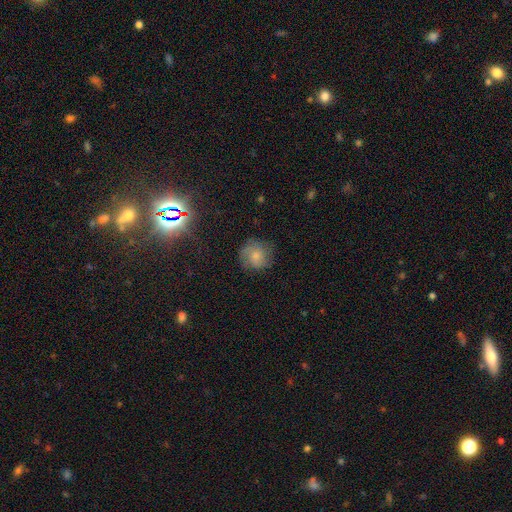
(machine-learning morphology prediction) Smooth or featured: smooth — 62% (featured or disk — 27%)
How rounded: round — 89% (in between — 10%)
Merging: none — 74% (minor disturbance — 18%)